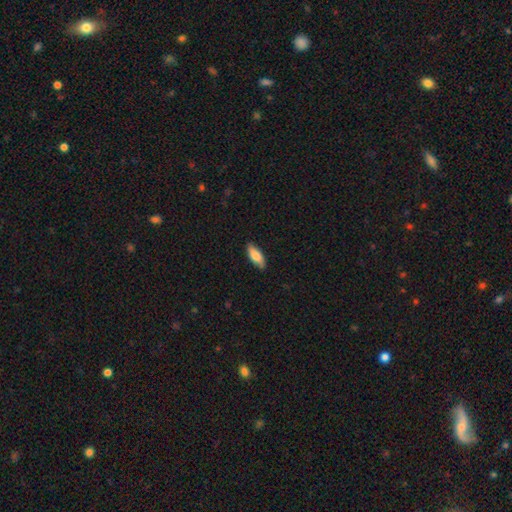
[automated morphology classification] Smooth or featured?
  - smooth: 79% *
  - featured or disk: 15%
  - star or artifact: 6%
How rounded?
  - in between: 77% *
  - cigar-shaped: 21%
  - round: 2%
Merging?
  - none: 85% *
  - minor disturbance: 12%
  - major disturbance: 2%
  - merger: 1%